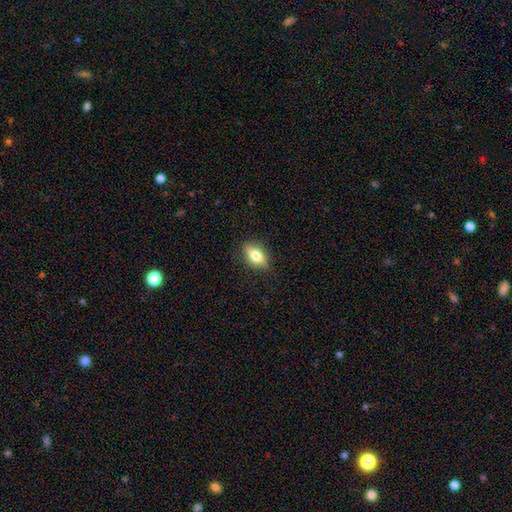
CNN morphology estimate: Smooth or featured? Predicted: smooth (p=0.68). How rounded? Predicted: in between (p=0.80). Merging? Predicted: none (p=0.84).